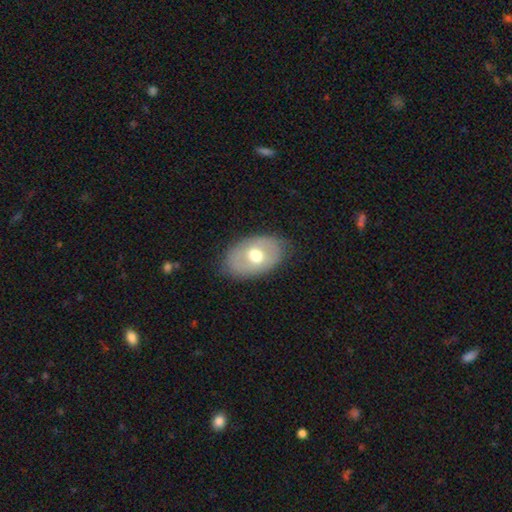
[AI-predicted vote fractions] The model was most divided on "smooth or featured": smooth: 58%, featured or disk: 35%, star or artifact: 7%. More confident: how rounded — in between (83%); merging — none (78%).